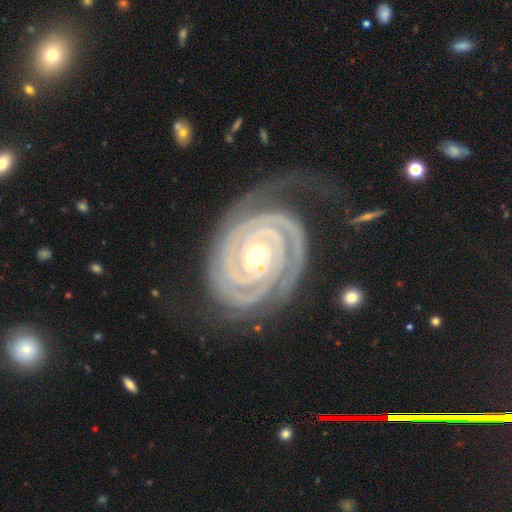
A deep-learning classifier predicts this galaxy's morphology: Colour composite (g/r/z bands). It shows a featured or disk galaxy (93%) with no bar (65%), 2 (60%) tight (90%) spiral arms (99%) and a small central bulge (64%). Merging: none (66%).